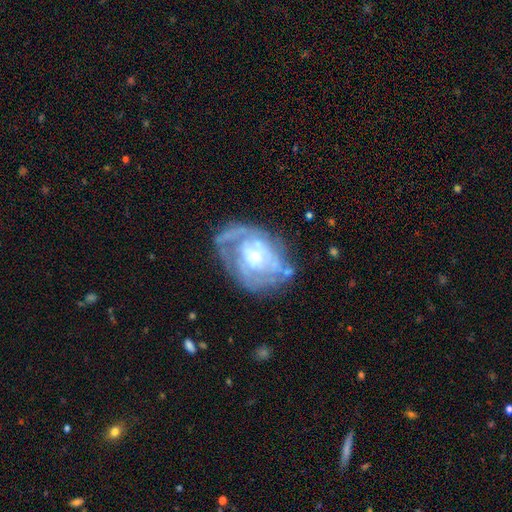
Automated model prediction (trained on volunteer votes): Q: Smooth or featured?
A: featured or disk (79%); runner-up: smooth (15%)
Q: Edge-on disk?
A: no (97%); runner-up: yes (3%)
Q: Bar?
A: no (75%); runner-up: weak (20%)
Q: Spiral arms?
A: yes (72%); runner-up: no (28%)
Q: Spiral winding?
A: tight (55%); runner-up: medium (31%)
Q: Spiral arm count?
A: can't tell (48%); runner-up: 2 (24%)
Q: Bulge size?
A: small (62%); runner-up: moderate (27%)
Q: Merging?
A: none (51%); runner-up: minor disturbance (23%)